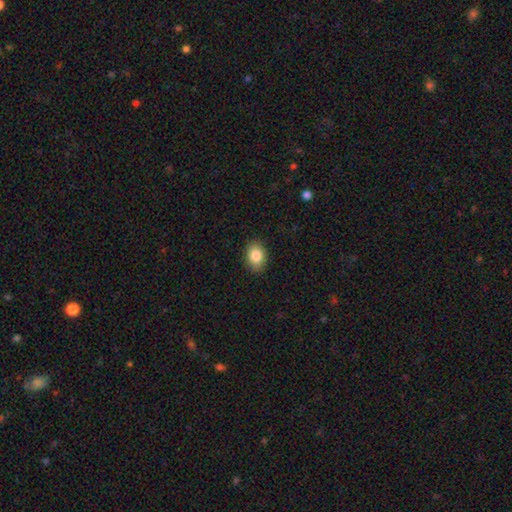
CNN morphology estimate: This appears to be a smooth galaxy with no disk features (86%) that is in between round and cigar-shaped (75%). Merging: none (88%).